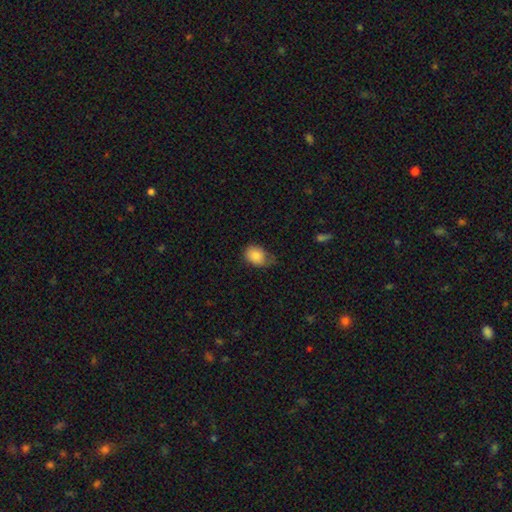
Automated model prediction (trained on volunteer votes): Morphology: type=smooth (84%); roundness=in between (64%); merging=none (48%).